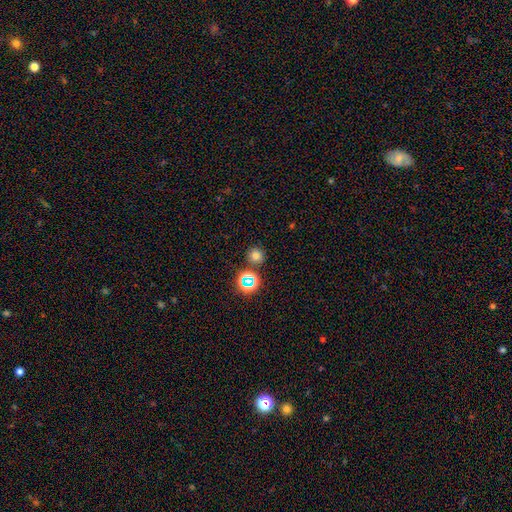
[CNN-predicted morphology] Smooth or featured? smooth (71%)
How rounded? round (93%)
Merging? none (81%)